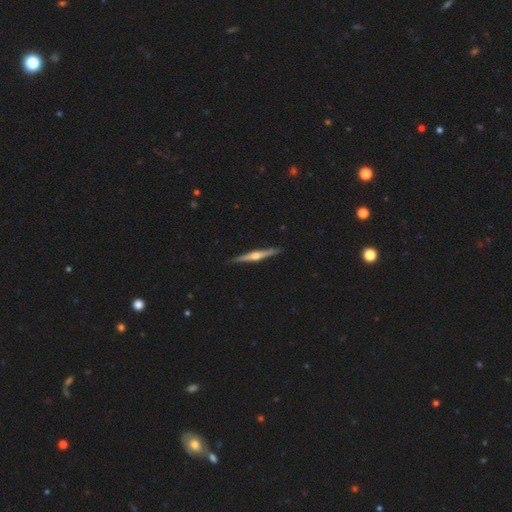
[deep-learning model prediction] Morphology: type=featured or disk (76%); edge-on=yes (98%); edge-on bulge=rounded (91%); merging=none (91%).